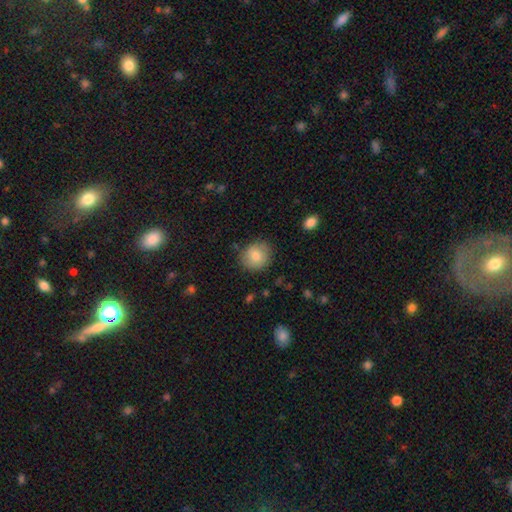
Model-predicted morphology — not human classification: Q: Smooth or featured?
A: smooth (79%); runner-up: featured or disk (12%)
Q: How rounded?
A: round (83%); runner-up: in between (16%)
Q: Merging?
A: none (83%); runner-up: minor disturbance (13%)